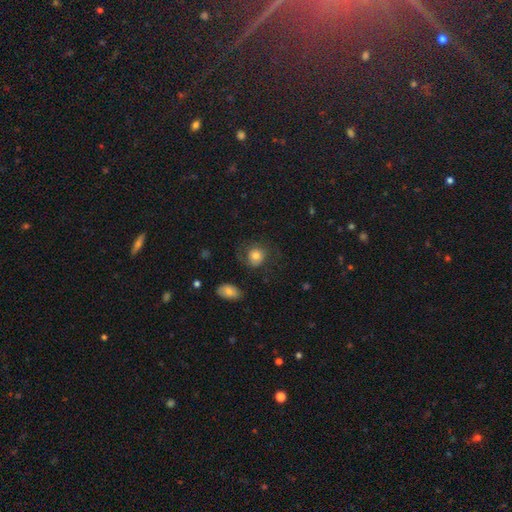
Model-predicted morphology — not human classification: smooth_or_featured: smooth (p=0.74) [alt: featured or disk p=0.16]
how_rounded: round (p=0.78) [alt: in between p=0.21]
merging: none (p=0.59) [alt: minor disturbance p=0.20]